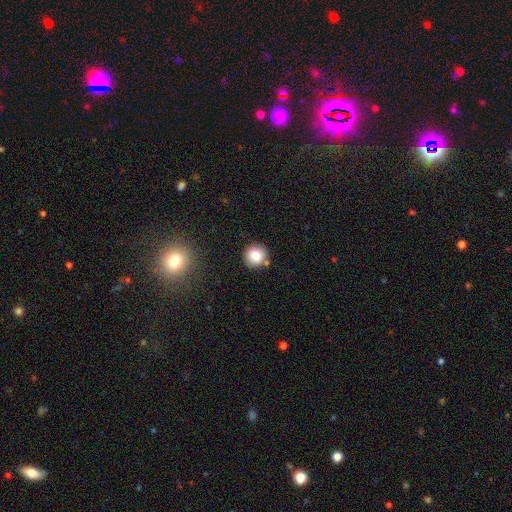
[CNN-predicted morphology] smooth_or_featured: smooth (p=0.81) [alt: star or artifact p=0.11]
how_rounded: round (p=0.92) [alt: in between p=0.07]
merging: none (p=0.84) [alt: minor disturbance p=0.08]